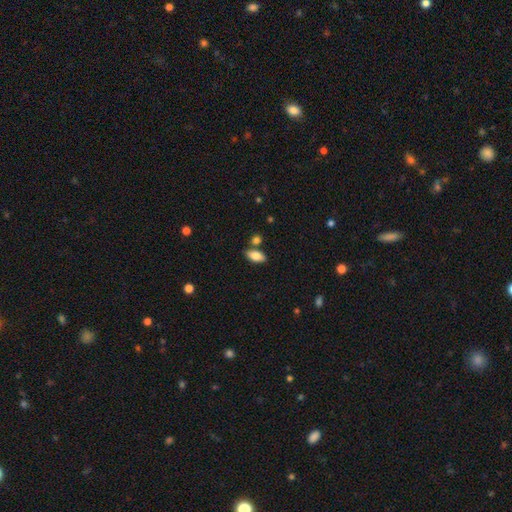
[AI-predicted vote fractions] smooth_or_featured: smooth (p=0.83) [alt: featured or disk p=0.10]
how_rounded: in between (p=0.91) [alt: cigar-shaped p=0.06]
merging: none (p=0.74) [alt: minor disturbance p=0.12]